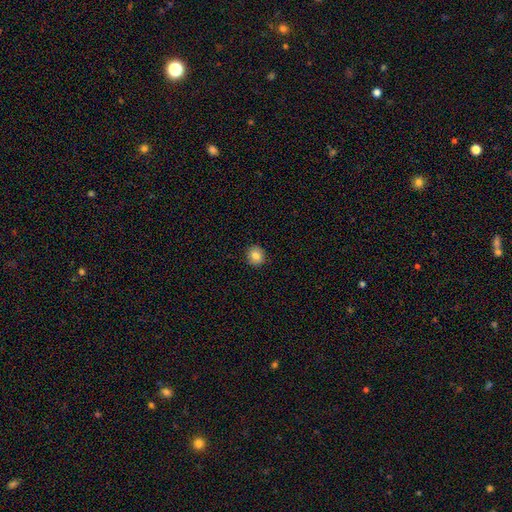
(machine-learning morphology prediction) A smooth galaxy with no disk features (84%) that is round (88%). Merging: none (91%).